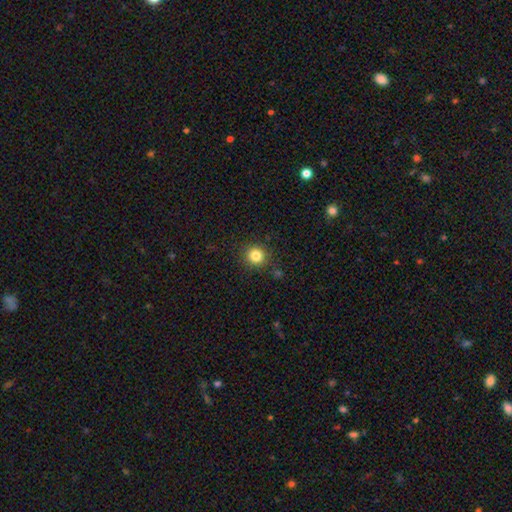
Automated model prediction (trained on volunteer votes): Overall: smooth (82%). How rounded: round (93%). Merging: none (88%).